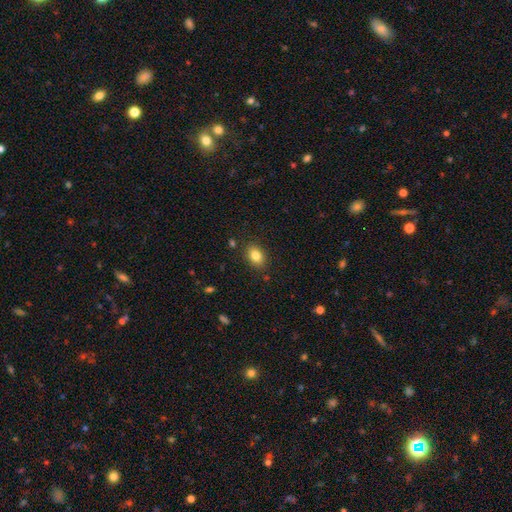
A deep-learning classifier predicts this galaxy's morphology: The model was most divided on "how rounded": in between: 79%, round: 20%, cigar-shaped: 1%. More confident: merging — none (85%); smooth or featured — smooth (83%).